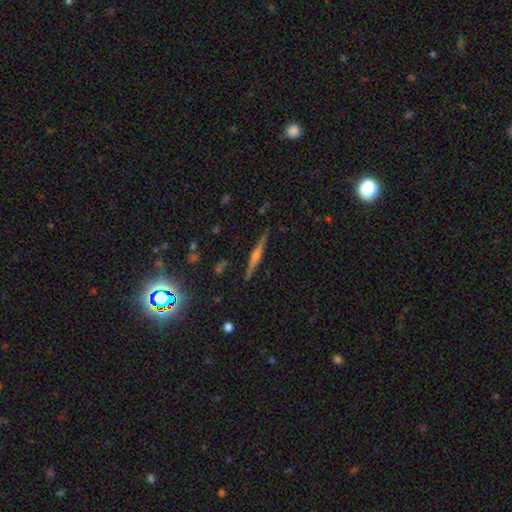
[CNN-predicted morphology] Overall: featured or disk (71%). Edge-on disk: yes (98%). Edge-on bulge: rounded (78%). Merging: none (90%).